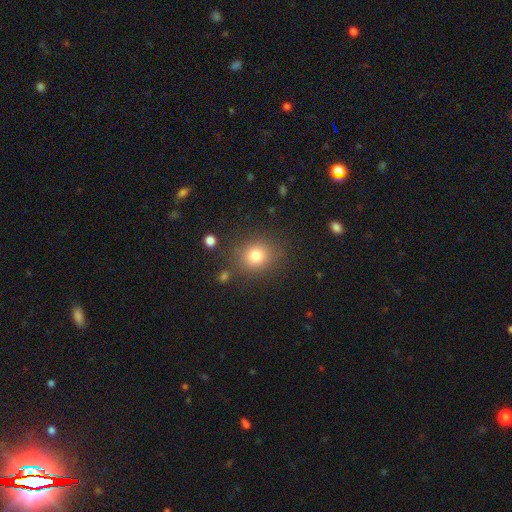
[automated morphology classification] smooth 79%, star or artifact 13%, featured or disk 8%. Down the decision tree: how rounded — round (79%); merging — none (82%).